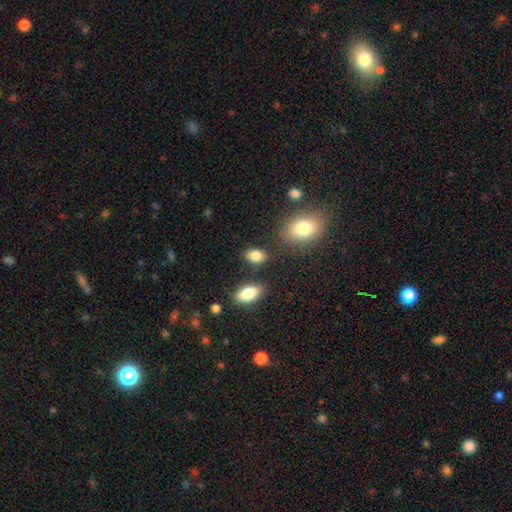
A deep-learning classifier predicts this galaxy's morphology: smooth-or-featured: smooth: 85% | star or artifact: 9% | featured or disk: 6%
  how-rounded: in between: 87% | round: 11% | cigar-shaped: 2%
  merging: none: 80% | minor disturbance: 11% | merger: 6% | major disturbance: 3%